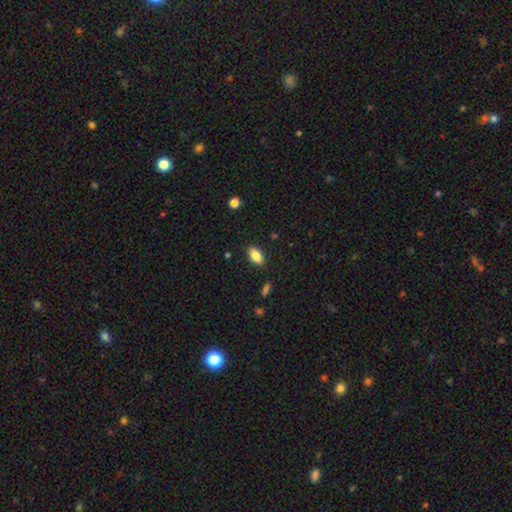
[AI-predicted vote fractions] This appears to be a smooth galaxy with no disk features (85%) that is in between round and cigar-shaped (91%). Merging: none (88%).